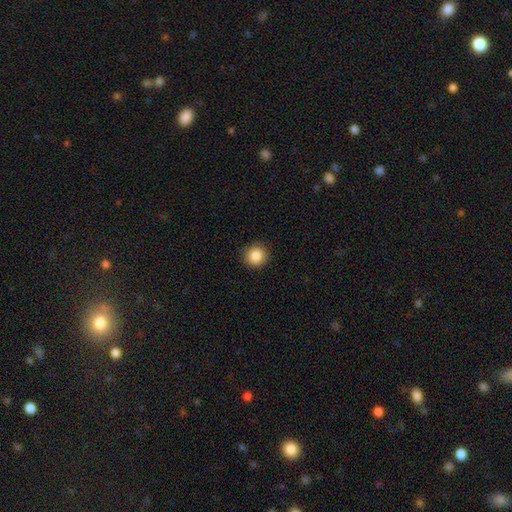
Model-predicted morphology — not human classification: Overall: smooth (86%). How rounded: round (92%). Merging: none (91%).